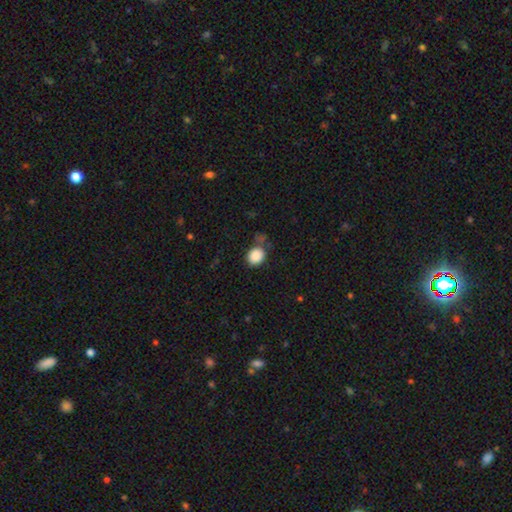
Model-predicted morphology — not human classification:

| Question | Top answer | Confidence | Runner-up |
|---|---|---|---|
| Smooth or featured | smooth | 88% | star or artifact (9%) |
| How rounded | round | 61% | in between (38%) |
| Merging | none | 69% | minor disturbance (17%) |